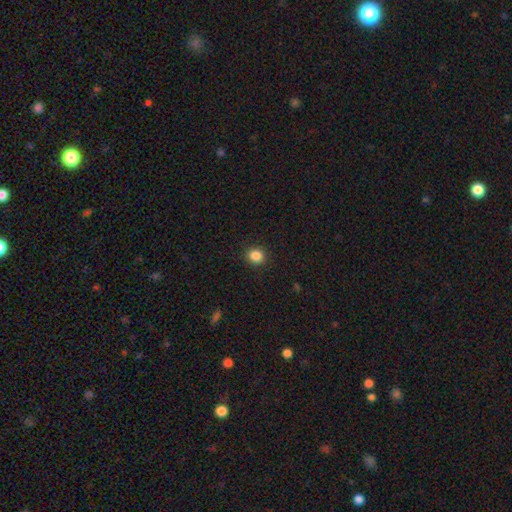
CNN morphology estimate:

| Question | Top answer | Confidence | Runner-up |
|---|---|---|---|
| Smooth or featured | smooth | 85% | star or artifact (11%) |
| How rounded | round | 85% | in between (14%) |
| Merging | none | 92% | minor disturbance (6%) |